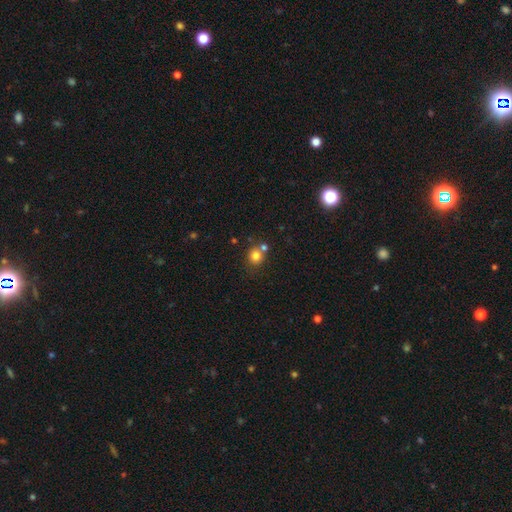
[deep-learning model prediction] Q: Smooth or featured?
A: smooth (79%); runner-up: star or artifact (13%)
Q: How rounded?
A: round (87%); runner-up: in between (12%)
Q: Merging?
A: none (62%); runner-up: merger (27%)